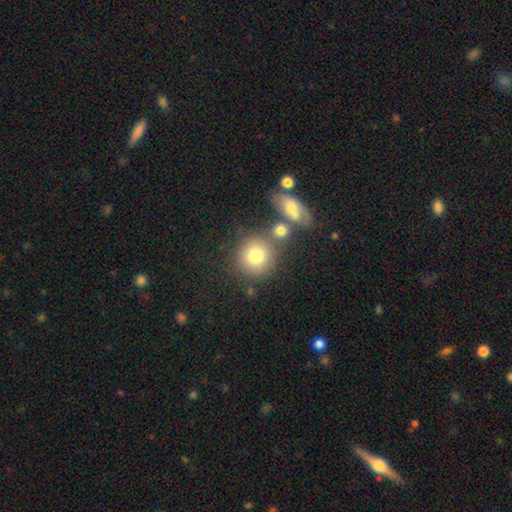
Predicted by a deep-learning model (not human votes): Smooth or featured? smooth (77%)
How rounded? round (88%)
Merging? none (66%)